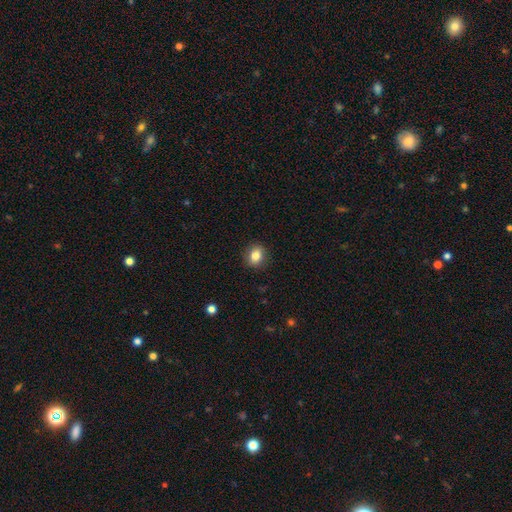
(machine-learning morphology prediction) Overall: smooth (83%). How rounded: round (58%; in between 41%). Merging: none (88%).